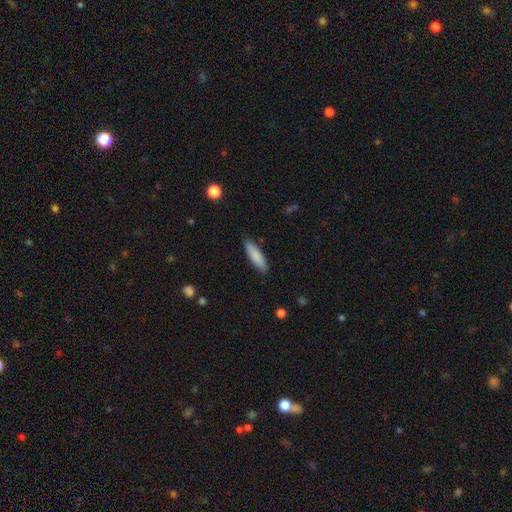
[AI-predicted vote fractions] Q: Smooth or featured?
A: smooth (85%); runner-up: featured or disk (9%)
Q: How rounded?
A: cigar-shaped (64%); runner-up: in between (34%)
Q: Merging?
A: none (87%); runner-up: minor disturbance (10%)